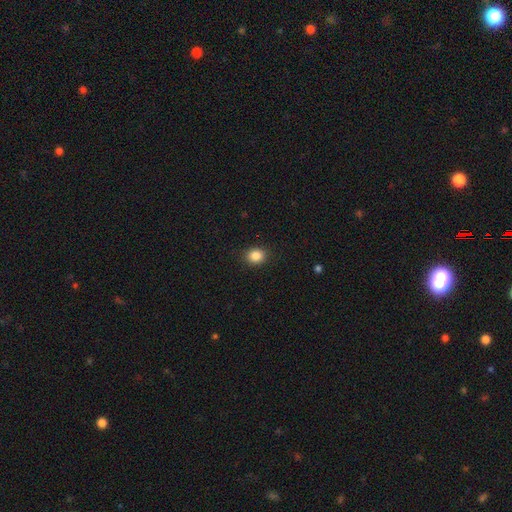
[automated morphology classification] This is clearly a smooth galaxy (86%). How rounded: likely round (63%). Merging: clearly none (90%).